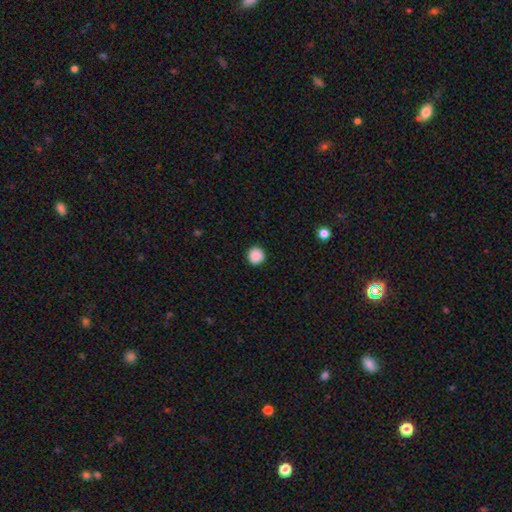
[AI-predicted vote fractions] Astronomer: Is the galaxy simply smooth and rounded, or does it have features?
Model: smooth — 89%.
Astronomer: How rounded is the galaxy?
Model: round — 95%.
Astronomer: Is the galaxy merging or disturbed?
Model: none — 92%.